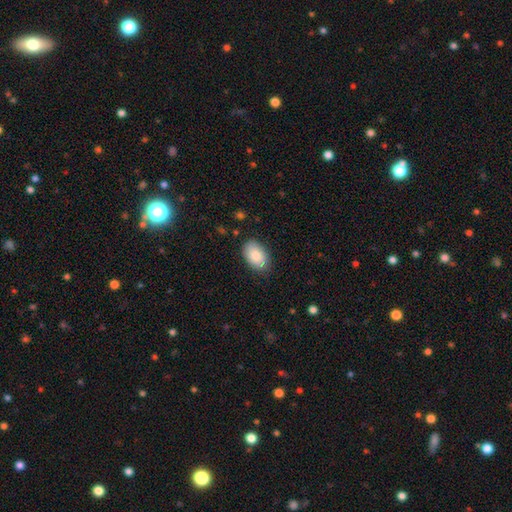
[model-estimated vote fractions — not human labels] Smooth or featured?
  - smooth: 84% *
  - featured or disk: 9%
  - star or artifact: 6%
How rounded?
  - in between: 91% *
  - round: 8%
  - cigar-shaped: 1%
Merging?
  - none: 83% *
  - minor disturbance: 13%
  - major disturbance: 3%
  - merger: 1%